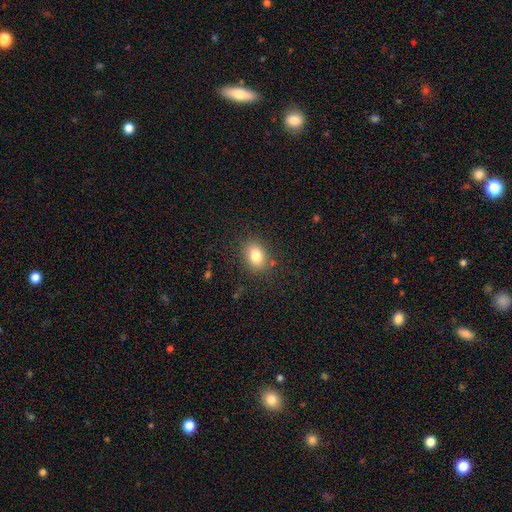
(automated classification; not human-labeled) Smooth or featured? smooth (82%)
How rounded? in between (69%)
Merging? none (83%)